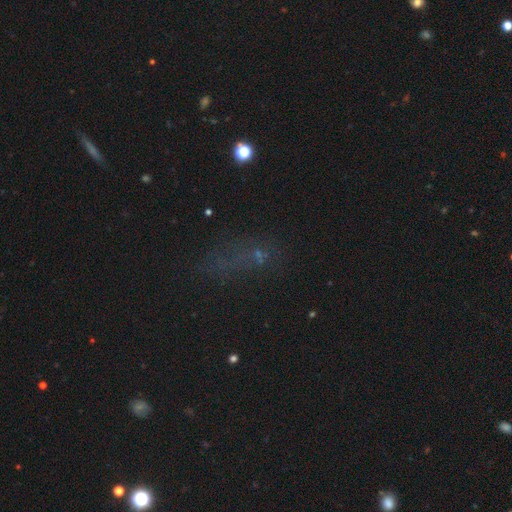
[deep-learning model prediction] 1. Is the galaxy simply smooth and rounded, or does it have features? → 44% star or artifact, 36% smooth, 20% featured or disk.